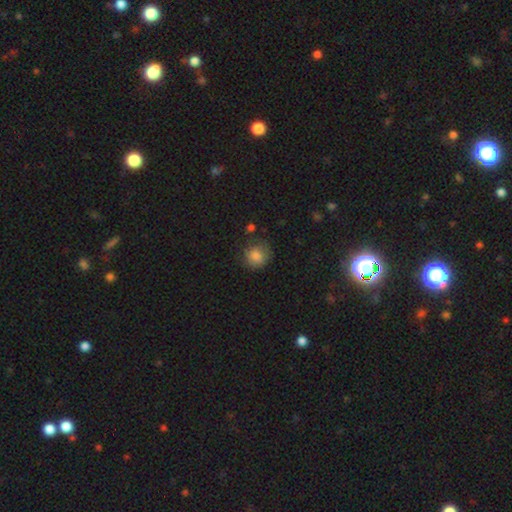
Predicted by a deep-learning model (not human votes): A smooth galaxy with no disk features (82%) that is round (82%). Merging: none (67%).